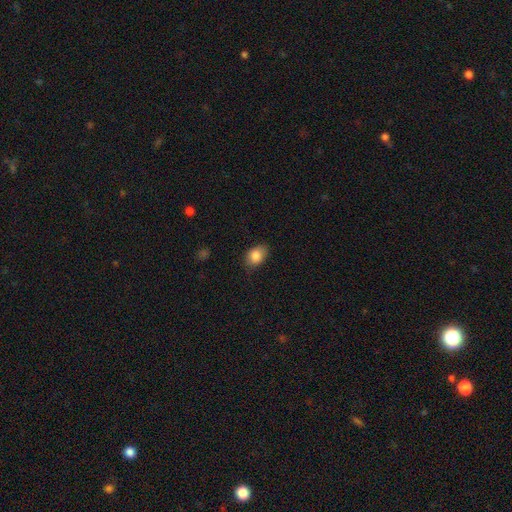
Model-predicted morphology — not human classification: smooth_or_featured: smooth (p=0.85) [alt: star or artifact p=0.08]
how_rounded: in between (p=0.80) [alt: round p=0.19]
merging: none (p=0.78) [alt: minor disturbance p=0.18]